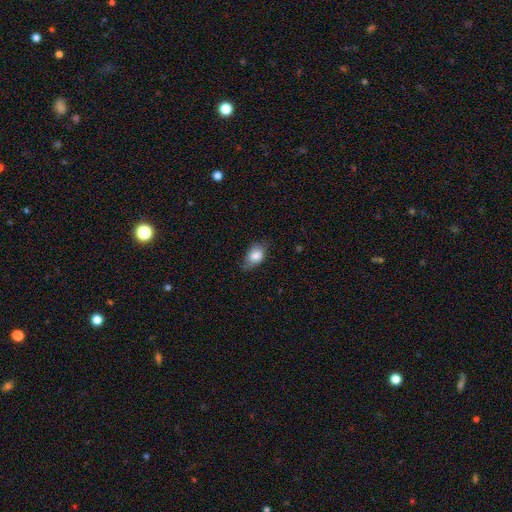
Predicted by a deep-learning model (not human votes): Smooth or featured?
  - smooth: 81% *
  - featured or disk: 12%
  - star or artifact: 7%
How rounded?
  - in between: 85% *
  - round: 13%
  - cigar-shaped: 2%
Merging?
  - none: 62% *
  - minor disturbance: 29%
  - major disturbance: 7%
  - merger: 1%